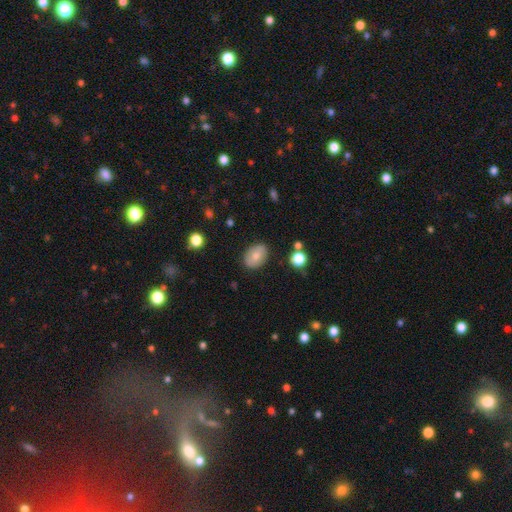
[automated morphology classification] Smooth or featured? Predicted: smooth (p=0.71). How rounded? Predicted: in between (p=0.77). Merging? Predicted: none (p=0.83).